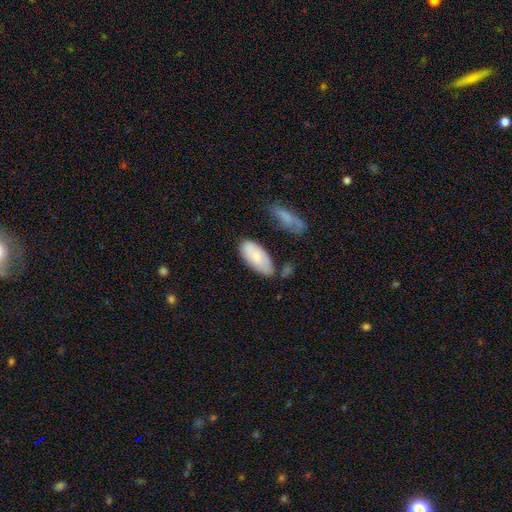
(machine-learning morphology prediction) Smooth or featured? smooth (77%)
How rounded? in between (90%)
Merging? none (64%)